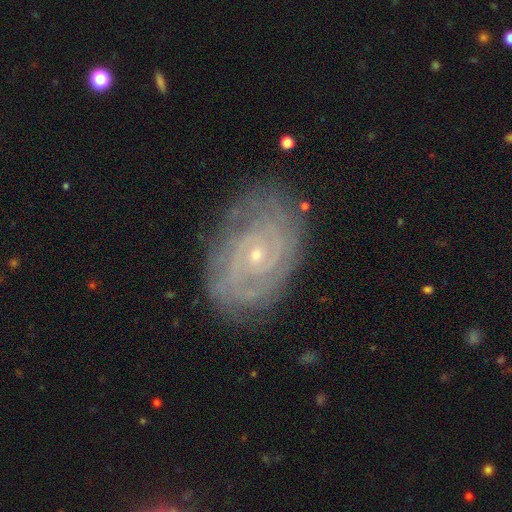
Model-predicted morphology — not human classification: This is clearly a featured or disk galaxy (84%). It is clearly not viewed edge-on (96%). Bar: likely no (74%). Spiral arm pattern: clearly yes (96%). Spiral arm count: marginally can't tell (32%). Spiral winding: likely tight (78%). Central bulge: clearly small (80%). Merging: clearly none (80%).